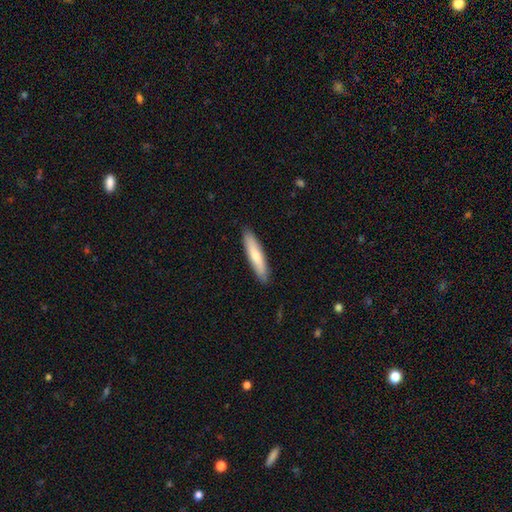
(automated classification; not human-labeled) This appears to be a smooth galaxy with no disk features (71%) that is cigar-shaped (83%). Merging: none (89%).